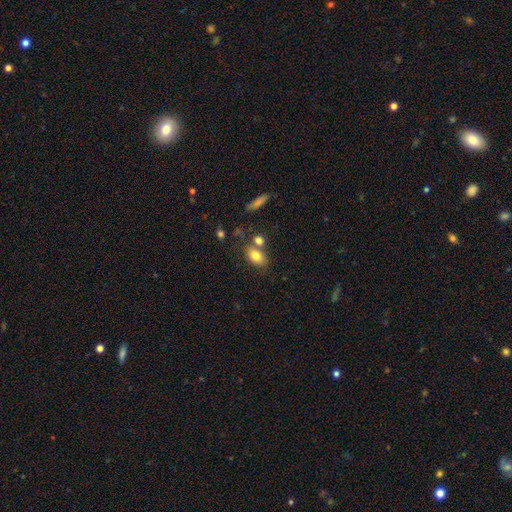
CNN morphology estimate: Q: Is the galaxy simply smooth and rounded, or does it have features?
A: smooth — 80%.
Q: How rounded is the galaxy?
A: in between — 83%.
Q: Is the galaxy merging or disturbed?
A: none — 58%.